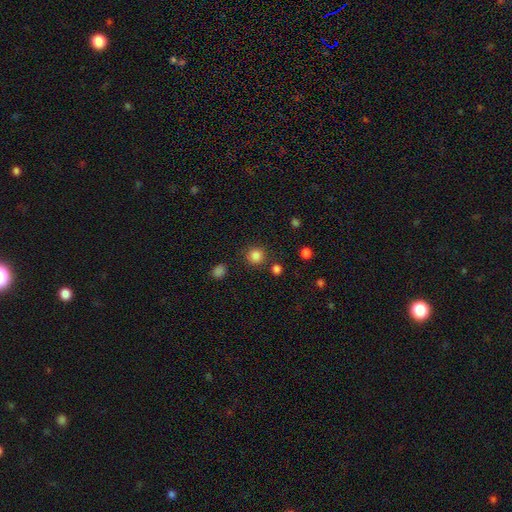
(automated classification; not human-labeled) Smooth or featured? Predicted: smooth (p=0.84). How rounded? Predicted: round (p=0.92). Merging? Predicted: none (p=0.83).